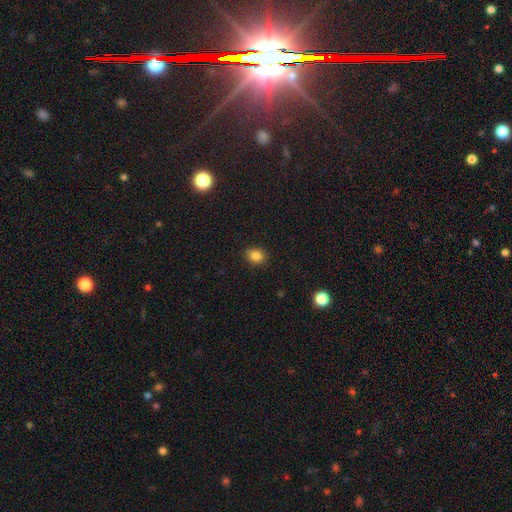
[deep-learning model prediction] smooth_or_featured: smooth (p=0.84) [alt: star or artifact p=0.11]
how_rounded: round (p=0.52) [alt: in between p=0.47]
merging: none (p=0.87) [alt: minor disturbance p=0.10]